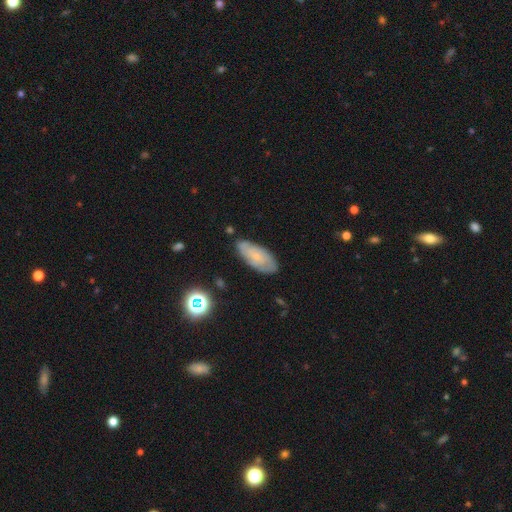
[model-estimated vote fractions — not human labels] The model was most divided on "smooth or featured": featured or disk: 51%, smooth: 41%, star or artifact: 8%. More confident: edge-on disk — no (89%); merging — none (73%).